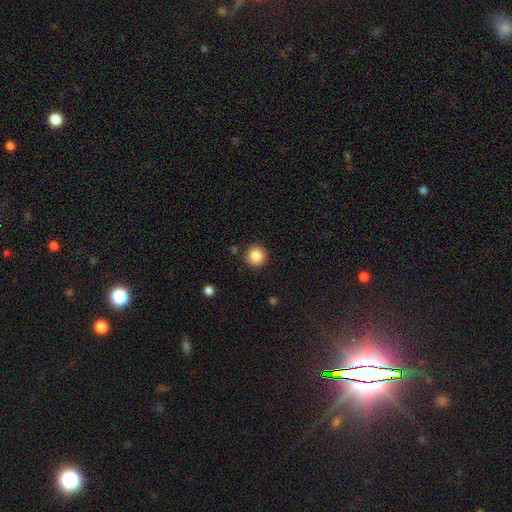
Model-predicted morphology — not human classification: type=smooth (85%); roundness=round (95%); merging=none (90%).